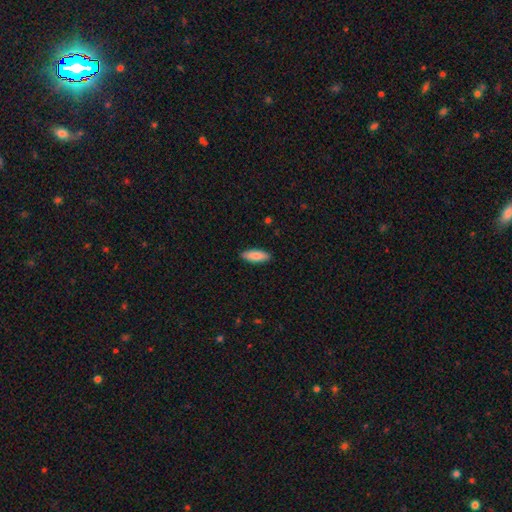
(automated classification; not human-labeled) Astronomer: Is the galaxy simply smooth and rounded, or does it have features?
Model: smooth — 88%.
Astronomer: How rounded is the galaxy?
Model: in between — 63%.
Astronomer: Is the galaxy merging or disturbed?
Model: none — 90%.